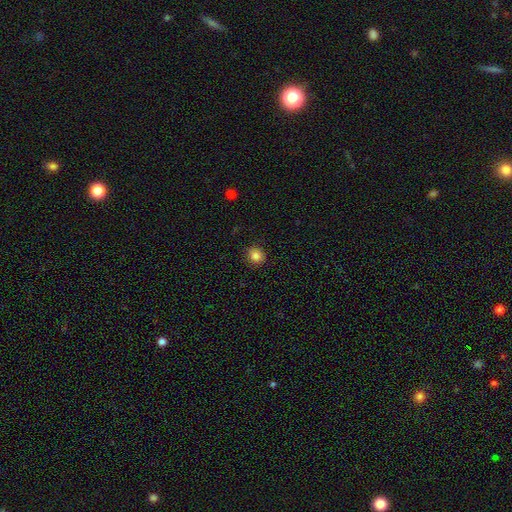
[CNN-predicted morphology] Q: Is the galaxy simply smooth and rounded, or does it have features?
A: smooth — 84%.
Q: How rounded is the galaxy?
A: round — 86%.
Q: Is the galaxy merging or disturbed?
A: none — 90%.